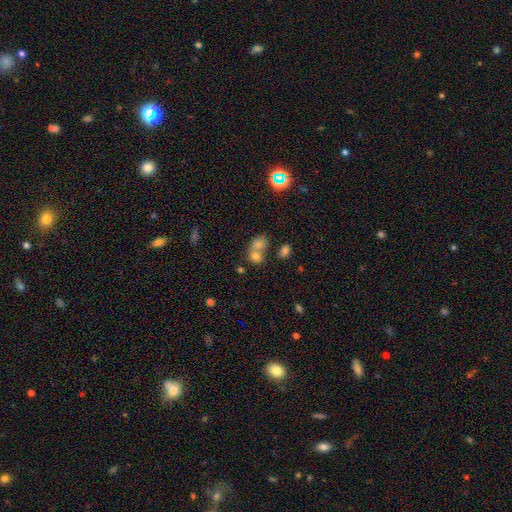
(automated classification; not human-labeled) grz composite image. It shows a smooth galaxy with no disk features (73%) that is round (57%). Merging: merger (55%).